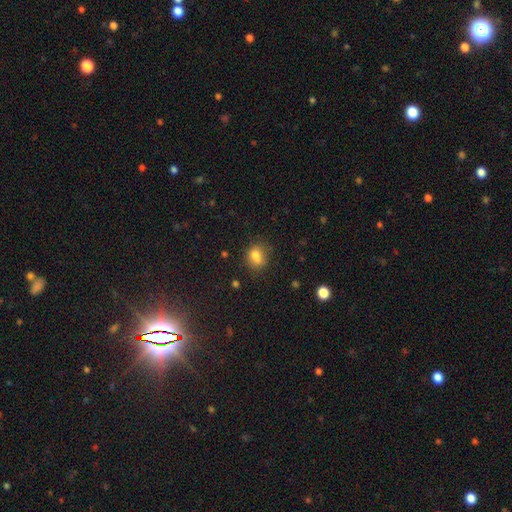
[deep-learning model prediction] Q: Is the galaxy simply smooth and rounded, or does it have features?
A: smooth — 79%.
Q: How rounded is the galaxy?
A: round — 51%.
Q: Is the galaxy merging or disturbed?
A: none — 62%.